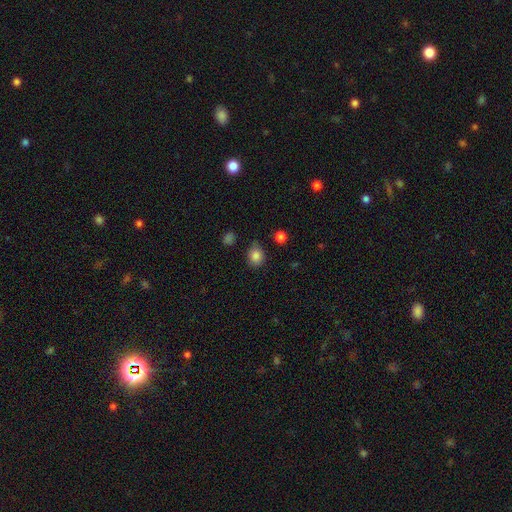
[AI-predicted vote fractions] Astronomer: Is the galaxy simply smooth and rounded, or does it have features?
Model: smooth — 85%.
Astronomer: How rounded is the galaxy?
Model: round — 64%.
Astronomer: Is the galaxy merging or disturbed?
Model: none — 72%.